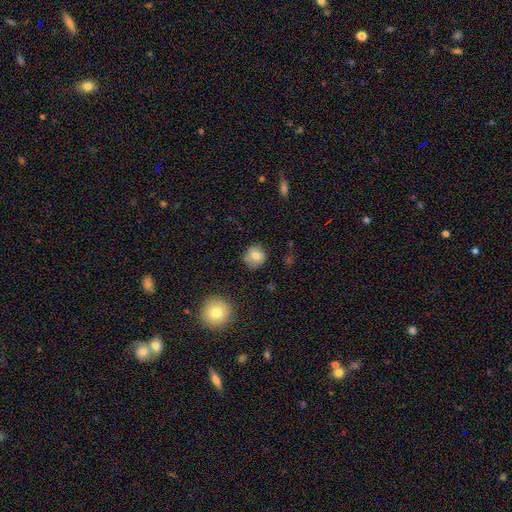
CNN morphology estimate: Smooth or featured? Predicted: smooth (p=0.79). How rounded? Predicted: round (p=0.86). Merging? Predicted: none (p=0.77).